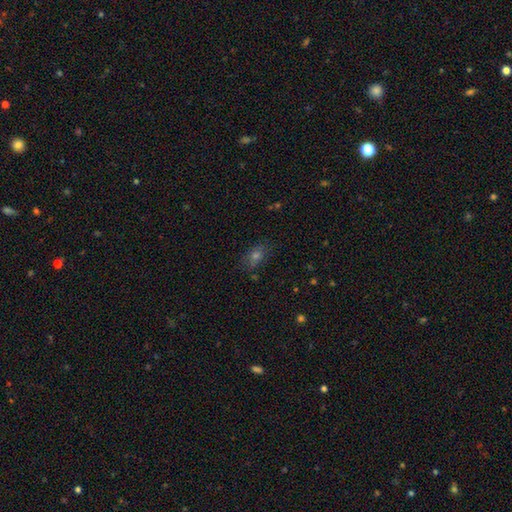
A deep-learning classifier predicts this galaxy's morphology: This is possibly a smooth galaxy (54%). How rounded: likely in between (70%). Merging: likely none (79%).